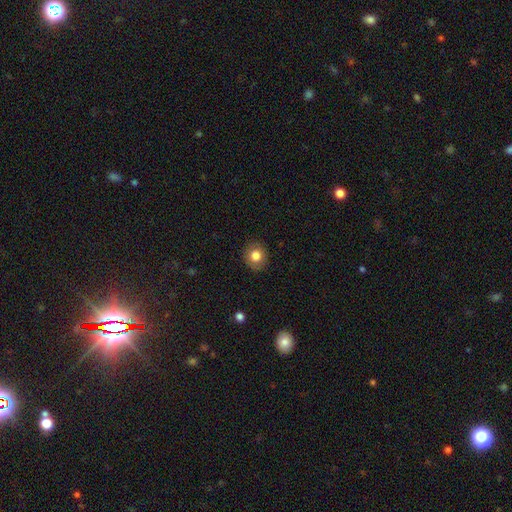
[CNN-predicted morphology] Overall: smooth (81%). How rounded: round (81%). Merging: none (88%).